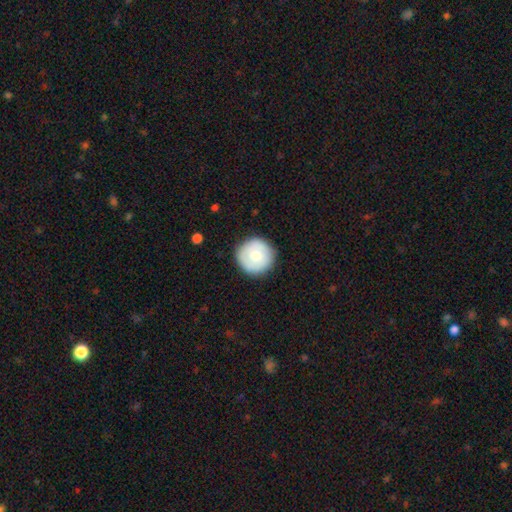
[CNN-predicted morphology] A smooth galaxy with no disk features (69%) that is round (95%).

Vote fractions:
- Smooth or featured? smooth: 69% / featured or disk: 25% / star or artifact: 6%
- How rounded? round: 95% / in between: 4% / cigar-shaped: 1%
- Merging? none: 87% / minor disturbance: 9% / major disturbance: 2% / merger: 1%